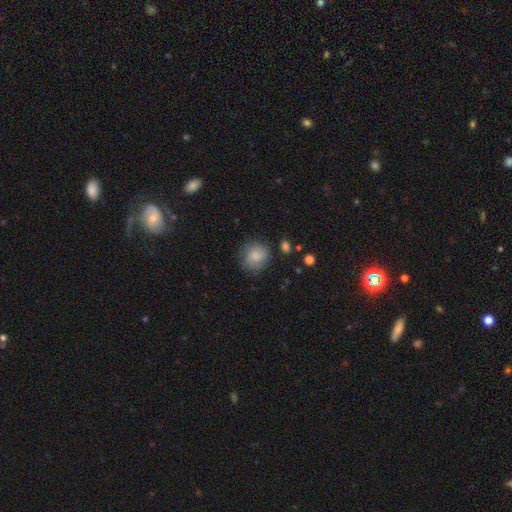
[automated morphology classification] smooth_or_featured: smooth (p=0.85) [alt: star or artifact p=0.08]
how_rounded: round (p=0.83) [alt: in between p=0.16]
merging: none (p=0.77) [alt: minor disturbance p=0.16]